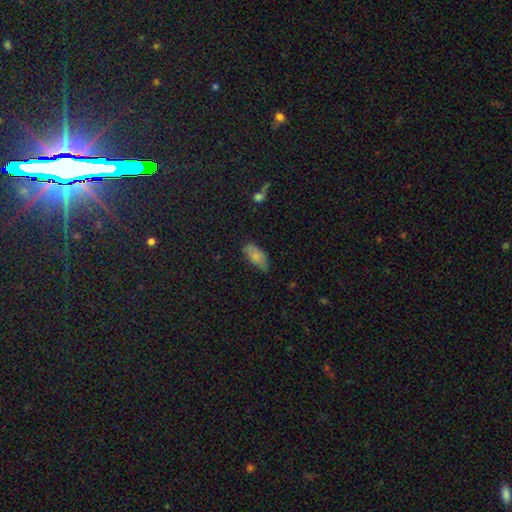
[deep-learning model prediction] Smooth or featured? Predicted: smooth (p=0.77). How rounded? Predicted: in between (p=0.88). Merging? Predicted: none (p=0.61).